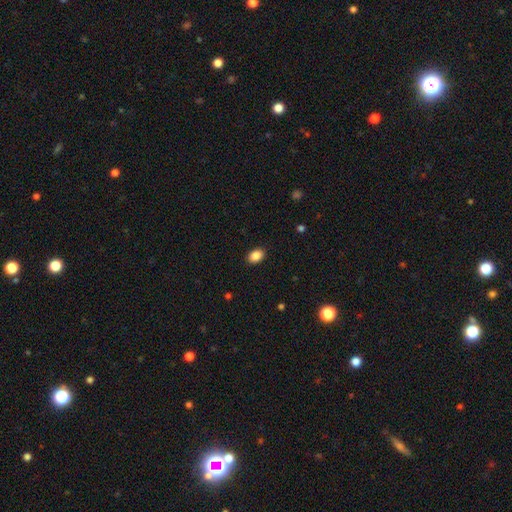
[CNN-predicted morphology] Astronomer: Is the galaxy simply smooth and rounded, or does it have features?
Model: smooth — 88%.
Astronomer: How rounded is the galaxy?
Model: in between — 82%.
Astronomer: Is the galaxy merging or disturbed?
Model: none — 90%.